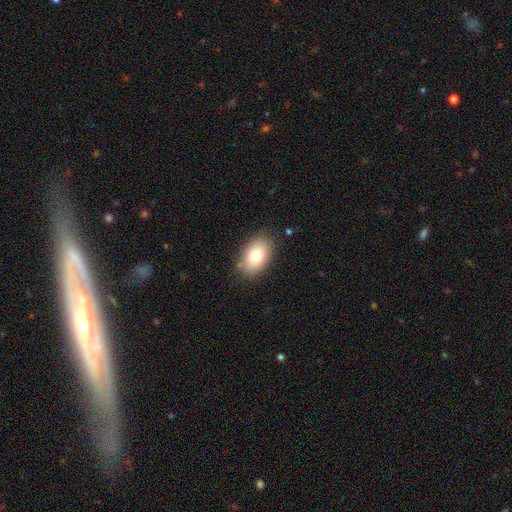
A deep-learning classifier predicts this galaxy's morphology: type=smooth (78%); roundness=in between (87%); merging=none (84%).